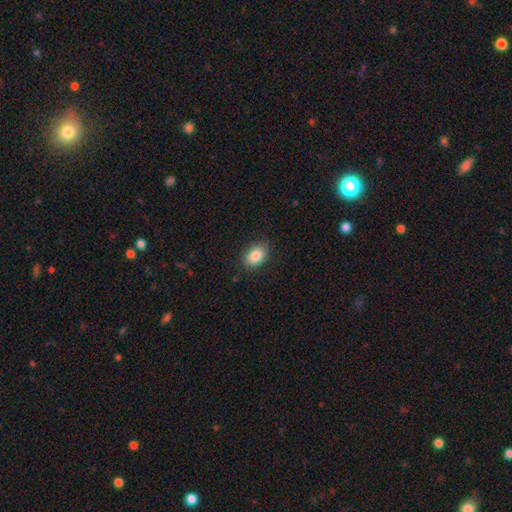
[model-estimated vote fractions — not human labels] Smooth or featured?
  - smooth: 85% *
  - star or artifact: 8%
  - featured or disk: 7%
How rounded?
  - in between: 79% *
  - round: 20%
  - cigar-shaped: 1%
Merging?
  - none: 85% *
  - minor disturbance: 11%
  - major disturbance: 3%
  - merger: 1%